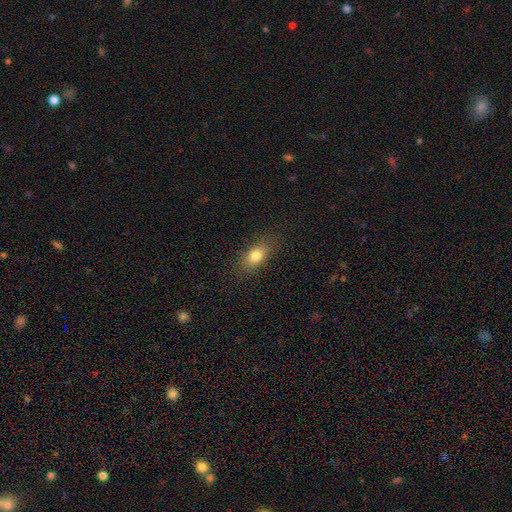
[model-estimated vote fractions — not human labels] Overall: smooth (79%). How rounded: in between (79%). Merging: none (82%).